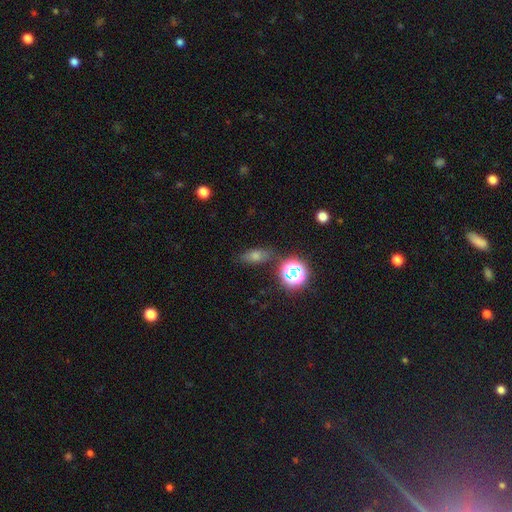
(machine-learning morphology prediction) smooth 52%, star or artifact 32%, featured or disk 16%. Down the decision tree: how rounded — in between (62%); merging — none (81%).